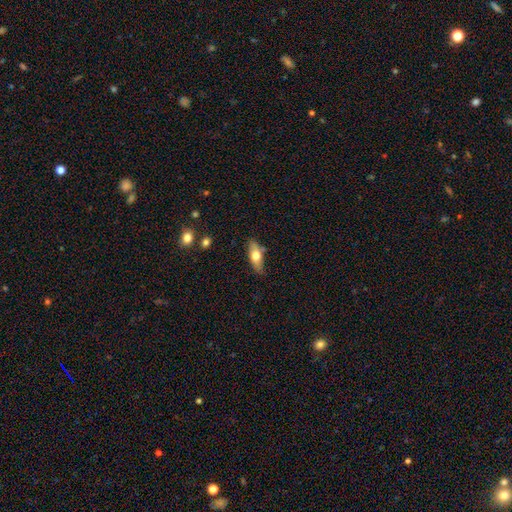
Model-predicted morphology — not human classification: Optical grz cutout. It shows a smooth galaxy with no disk features (63%) that is in between round and cigar-shaped (72%). Merging: none (78%).